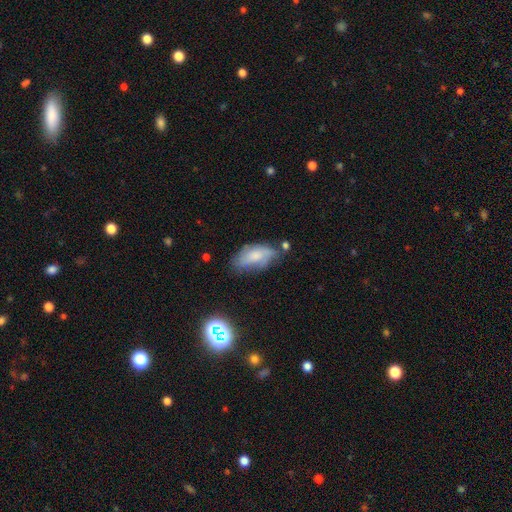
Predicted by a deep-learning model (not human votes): Smooth or featured? Predicted: smooth (p=0.61). How rounded? Predicted: in between (p=0.89). Merging? Predicted: none (p=0.49).